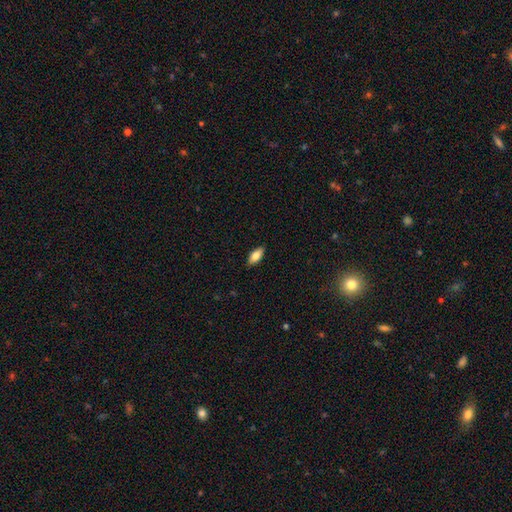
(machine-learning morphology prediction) type=smooth (79%); roundness=in between (85%); merging=none (88%).